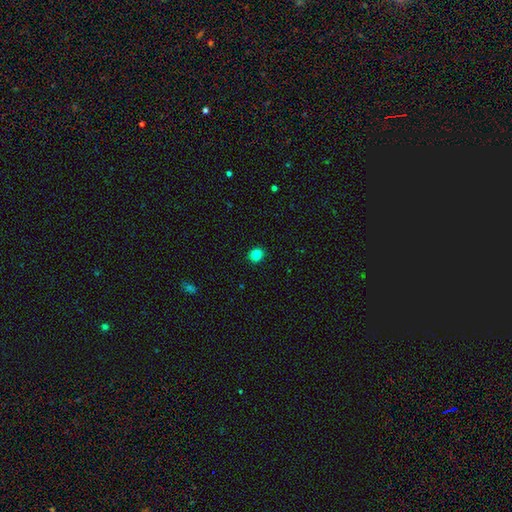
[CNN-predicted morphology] A smooth galaxy with no disk features (84%) that is round (68%).

Vote fractions:
- Smooth or featured? smooth: 84% / star or artifact: 12% / featured or disk: 4%
- How rounded? round: 68% / in between: 31% / cigar-shaped: 1%
- Merging? none: 89% / minor disturbance: 7% / major disturbance: 2% / merger: 1%